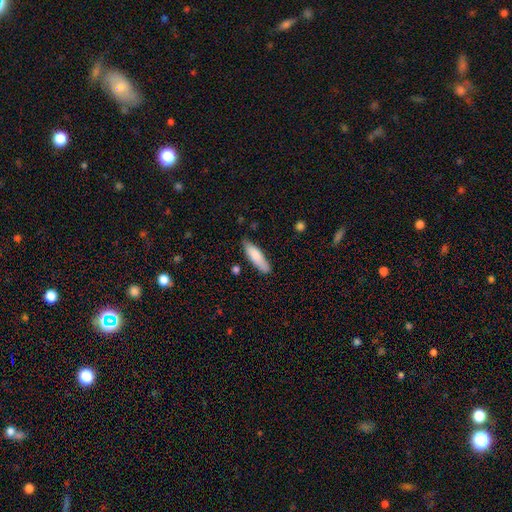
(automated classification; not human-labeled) A smooth galaxy with no disk features (83%) that is cigar-shaped (61%). Merging: none (79%).